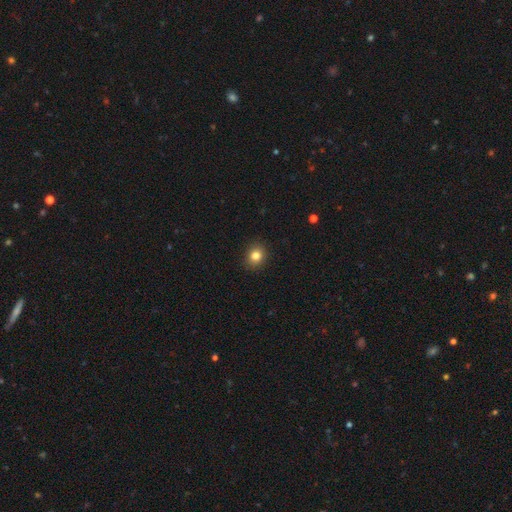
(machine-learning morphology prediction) smooth 83%, star or artifact 11%, featured or disk 6%. Down the decision tree: how rounded — round (72%); merging — none (90%).